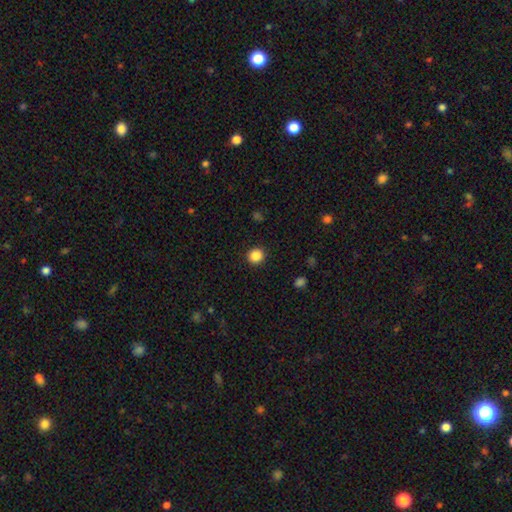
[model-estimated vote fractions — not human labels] Smooth or featured? smooth (86%)
How rounded? round (92%)
Merging? none (92%)